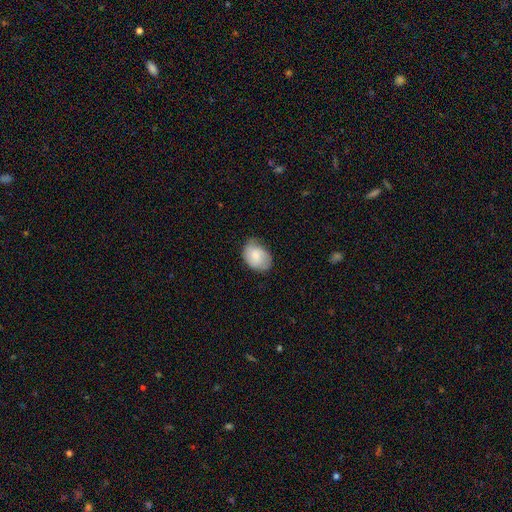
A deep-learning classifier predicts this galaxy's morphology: A smooth galaxy with no disk features (74%) that is in between round and cigar-shaped (73%).

Vote fractions:
- Smooth or featured? smooth: 74% / featured or disk: 20% / star or artifact: 7%
- How rounded? in between: 73% / round: 26% / cigar-shaped: 1%
- Merging? none: 62% / minor disturbance: 31% / major disturbance: 6% / merger: 1%